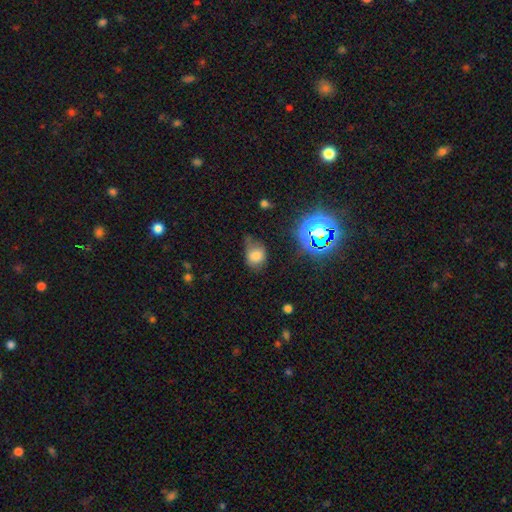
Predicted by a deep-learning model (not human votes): smooth-or-featured: smooth: 71% | star or artifact: 17% | featured or disk: 11%
  how-rounded: round: 50% | in between: 49% | cigar-shaped: 1%
  merging: none: 42% | minor disturbance: 37% | major disturbance: 17% | merger: 4%